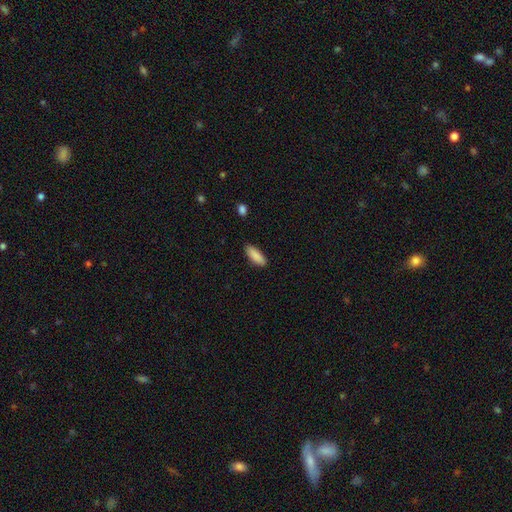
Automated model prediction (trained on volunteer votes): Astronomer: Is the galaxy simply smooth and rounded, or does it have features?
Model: smooth — 89%.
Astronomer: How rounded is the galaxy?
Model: in between — 64%.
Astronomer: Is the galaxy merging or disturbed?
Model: none — 87%.